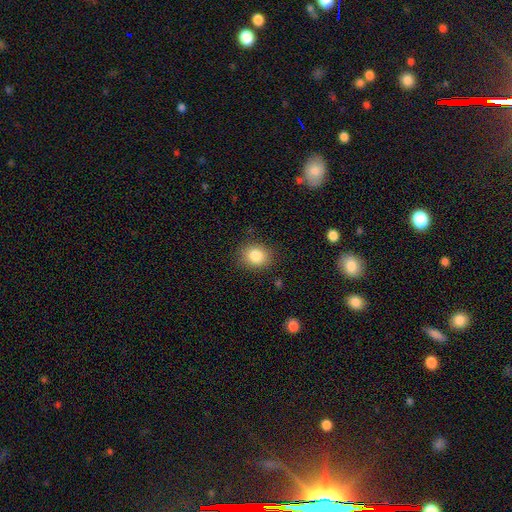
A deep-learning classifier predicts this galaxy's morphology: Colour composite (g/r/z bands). It shows a smooth galaxy with no disk features (85%) that is round (63%). Merging: none (86%).